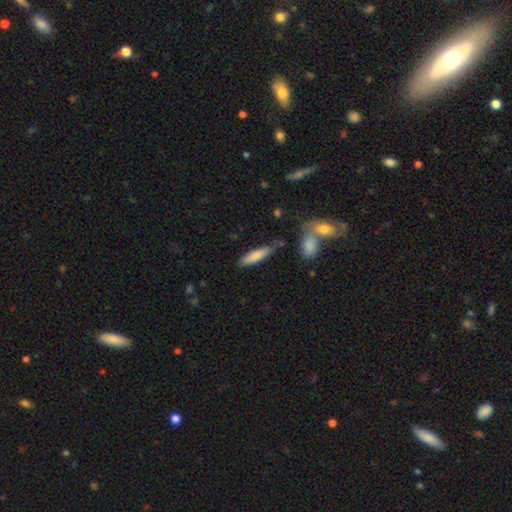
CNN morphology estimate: A smooth galaxy with no disk features (77%) that is cigar-shaped (76%).

Vote fractions:
- Smooth or featured? smooth: 77% / featured or disk: 17% / star or artifact: 6%
- How rounded? cigar-shaped: 76% / in between: 23% / round: 2%
- Merging? none: 74% / minor disturbance: 16% / merger: 6% / major disturbance: 4%